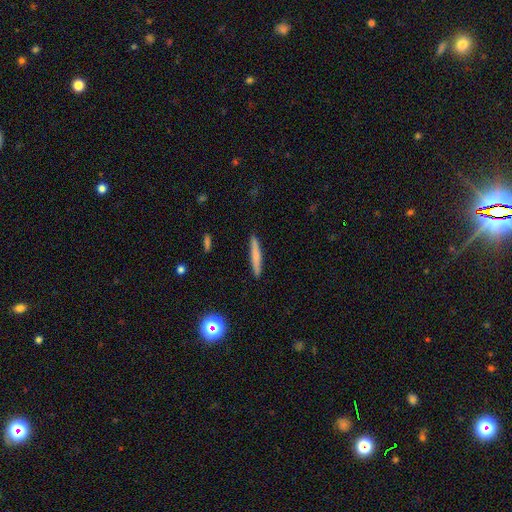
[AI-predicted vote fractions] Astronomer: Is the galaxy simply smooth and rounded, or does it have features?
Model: smooth — 69%.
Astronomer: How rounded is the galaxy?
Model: cigar-shaped — 95%.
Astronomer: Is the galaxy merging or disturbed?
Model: none — 91%.